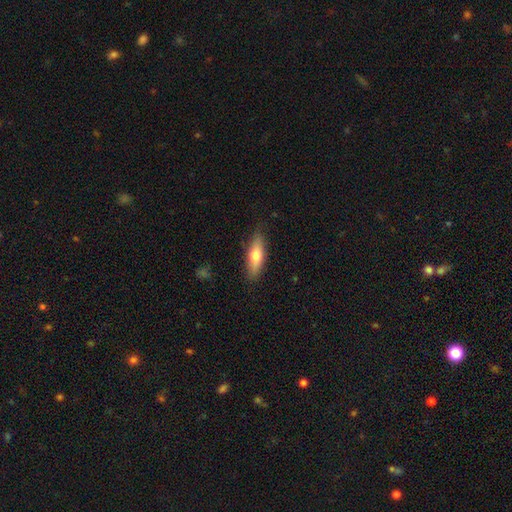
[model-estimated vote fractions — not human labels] Smooth or featured: smooth — 67% (featured or disk — 27%)
How rounded: in between — 51% (cigar-shaped — 47%)
Merging: none — 84% (minor disturbance — 12%)